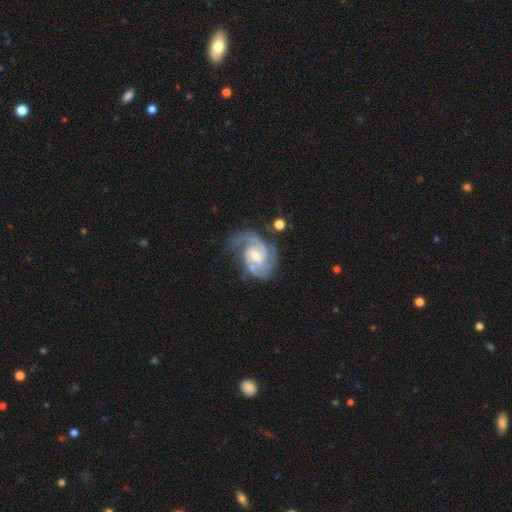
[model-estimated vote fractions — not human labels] A featured or disk galaxy (89%) with a weak bar (52%), 2 (51%) medium (49%) spiral arms (97%) and a small central bulge (47%).

Vote fractions:
- Smooth or featured? featured or disk: 89% / smooth: 6% / star or artifact: 4%
- Edge-on disk? no: 98% / yes: 2%
- Bar? weak: 52% / no: 37% / strong: 10%
- Spiral arms? yes: 97% / no: 3%
- Spiral winding? medium: 49% / tight: 39% / loose: 13%
- Spiral arm count? 2: 51% / 3: 23% / can't tell: 14% / 1: 5% / 4: 5% / more than 4: 4%
- Bulge size? small: 47% / moderate: 46% / large: 3% / none: 3% / dominant: 1%
- Merging? none: 57% / minor disturbance: 23% / major disturbance: 17% / merger: 4%